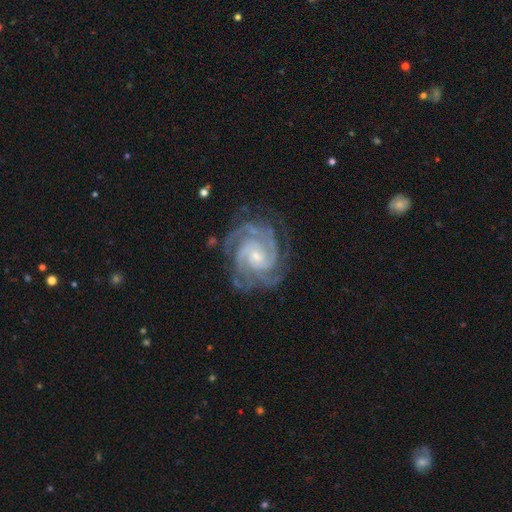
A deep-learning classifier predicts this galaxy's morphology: This appears to be a featured or disk galaxy (92%) with no bar (59%), 3 (29%) tight (70%) spiral arms (98%) and a small central bulge (69%). Merging: none (76%).